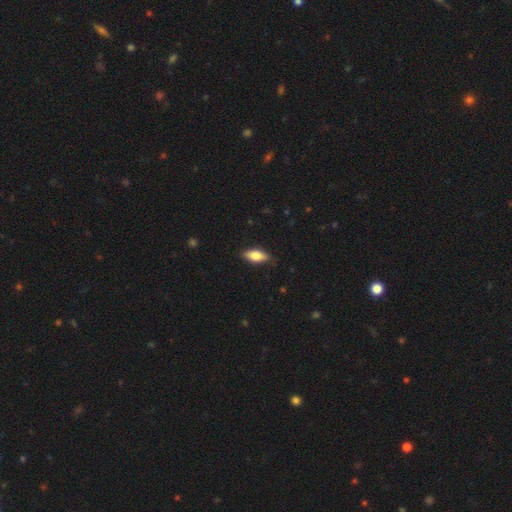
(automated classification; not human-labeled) This appears to be a smooth galaxy with no disk features (75%) that is in between round and cigar-shaped (81%). Merging: none (81%).